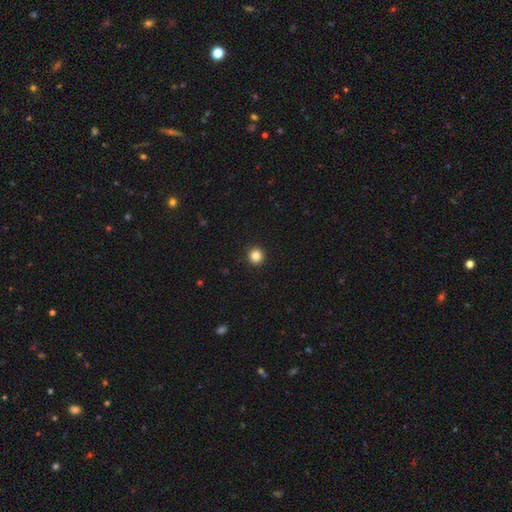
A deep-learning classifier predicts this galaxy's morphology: smooth-or-featured: smooth: 84% | star or artifact: 11% | featured or disk: 4%
  how-rounded: round: 95% | in between: 4% | cigar-shaped: 1%
  merging: none: 94% | minor disturbance: 4% | major disturbance: 1% | merger: 1%